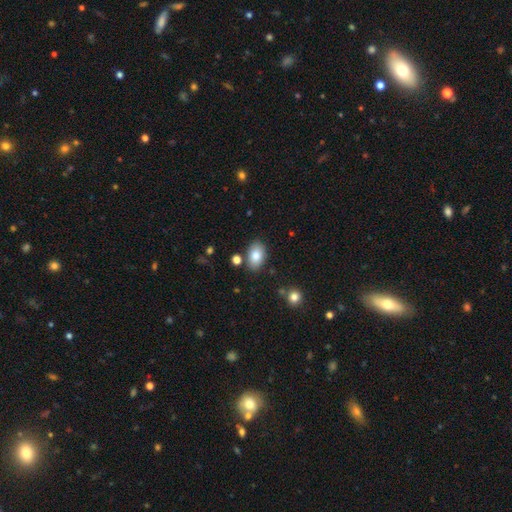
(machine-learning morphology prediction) Overall: smooth (83%). How rounded: in between (90%). Merging: none (83%).